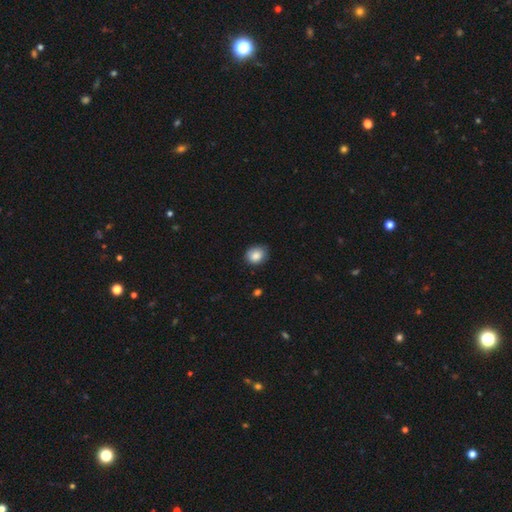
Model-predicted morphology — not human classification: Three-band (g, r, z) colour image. It shows a smooth galaxy with no disk features (86%) that is round (61%). Merging: none (80%).